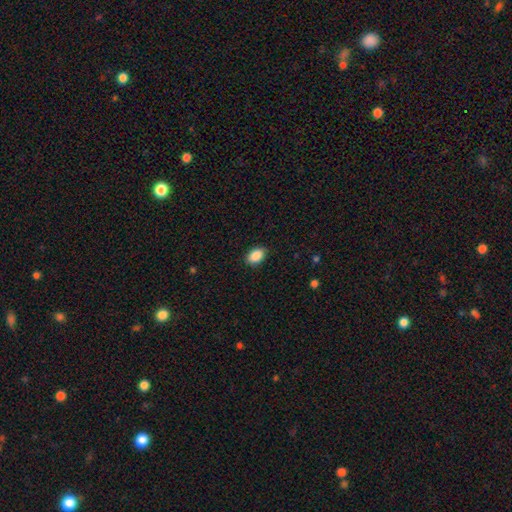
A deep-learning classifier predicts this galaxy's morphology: Smooth or featured: smooth — 89% (star or artifact — 8%)
How rounded: in between — 87% (round — 11%)
Merging: none — 89% (minor disturbance — 8%)